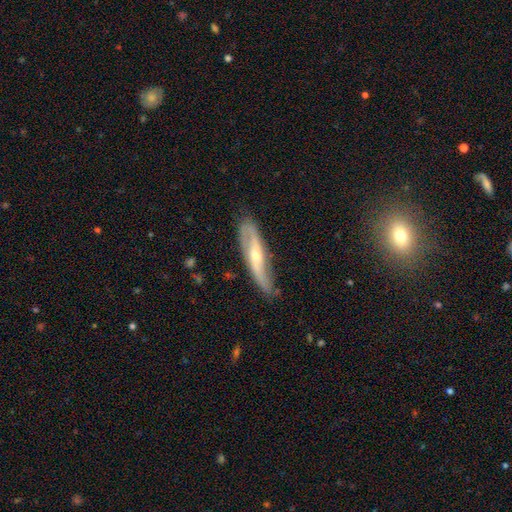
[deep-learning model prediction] smooth_or_featured: featured or disk (p=0.73) [alt: smooth p=0.21]
disk_edge_on: no (p=0.61) [alt: yes p=0.39]
merging: none (p=0.73) [alt: minor disturbance p=0.20]